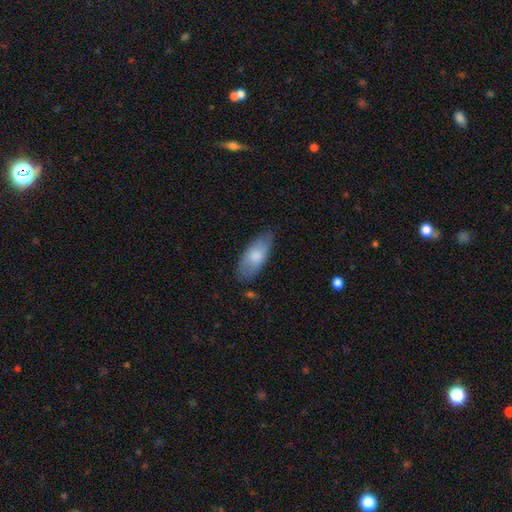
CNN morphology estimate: Smooth or featured? Predicted: smooth (p=0.77). How rounded? Predicted: in between (p=0.86). Merging? Predicted: none (p=0.74).